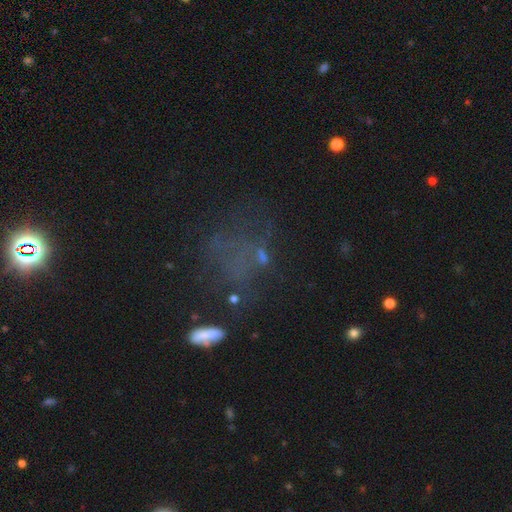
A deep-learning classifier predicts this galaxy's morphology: smooth-or-featured: smooth: 35% | featured or disk: 33% | star or artifact: 32%
  merging: none: 44% | major disturbance: 32% | minor disturbance: 16% | merger: 9%